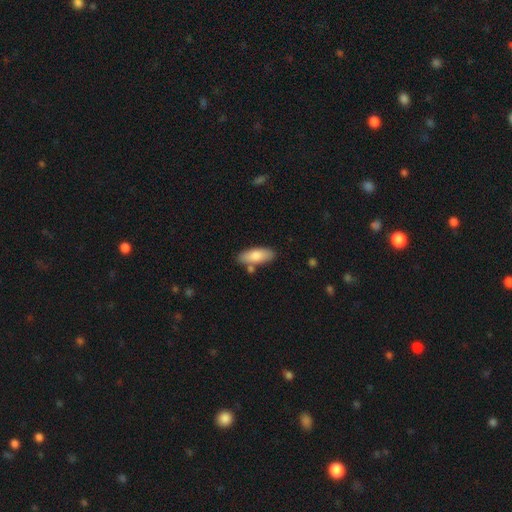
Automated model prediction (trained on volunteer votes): This is likely a smooth galaxy (80%). How rounded: likely in between (76%). Merging: likely none (77%).